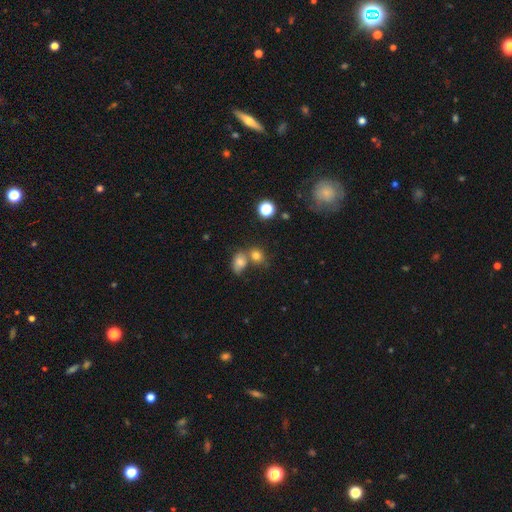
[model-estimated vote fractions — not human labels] Smooth or featured? smooth (73%)
How rounded? round (60%)
Merging? none (45%)